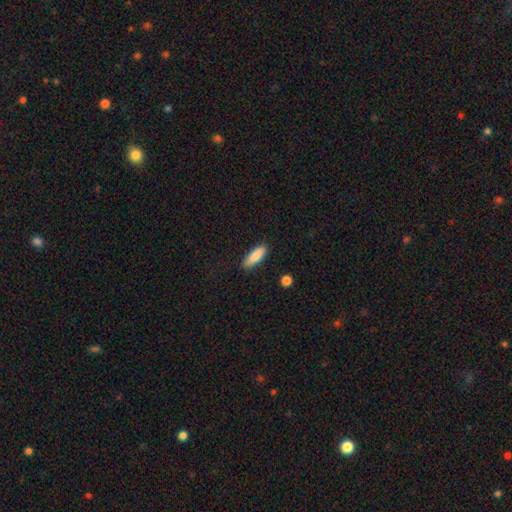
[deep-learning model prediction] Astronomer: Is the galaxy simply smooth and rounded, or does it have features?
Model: smooth — 85%.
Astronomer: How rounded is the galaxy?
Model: in between — 50% (runner-up: cigar-shaped, 48%).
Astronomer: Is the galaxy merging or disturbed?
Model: none — 87%.